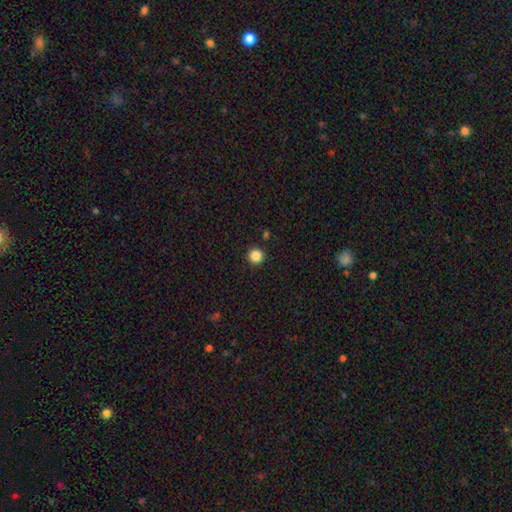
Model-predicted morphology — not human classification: The model was most divided on "smooth or featured": smooth: 86%, star or artifact: 11%, featured or disk: 3%. More confident: how rounded — round (96%); merging — none (92%).